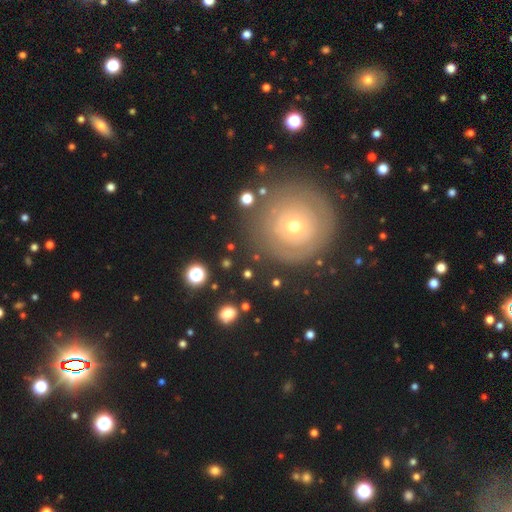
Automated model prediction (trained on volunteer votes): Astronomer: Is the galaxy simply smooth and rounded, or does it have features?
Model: featured or disk — 47% (runner-up: smooth, 30%).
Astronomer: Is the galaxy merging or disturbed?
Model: none — 84%.